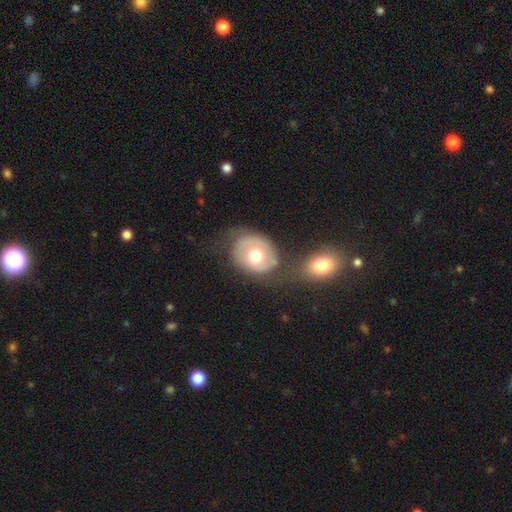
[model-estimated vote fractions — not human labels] Overall: smooth (48%; featured or disk 46%). Merging: none (54%; minor disturbance 18%).